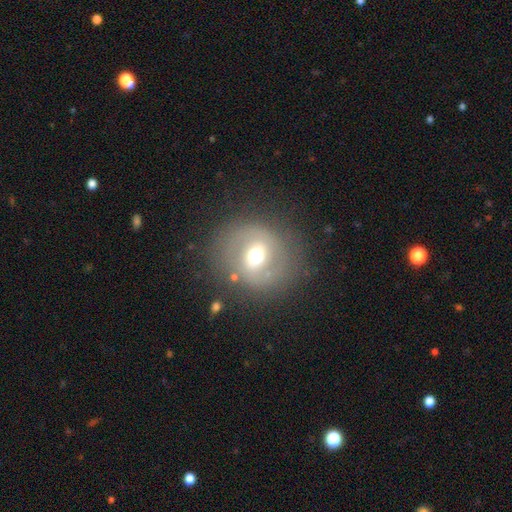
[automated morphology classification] featured or disk 58%, smooth 33%, star or artifact 10%. Down the decision tree: edge-on disk — no (95%); bar — weak (47%); spiral arms — yes (55%); bulge size — moderate (72%); merging — none (80%).